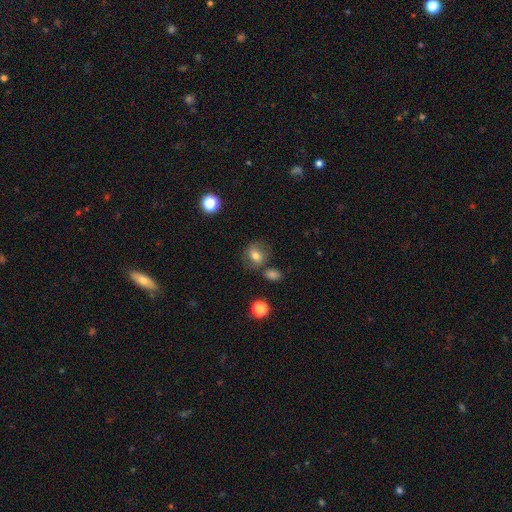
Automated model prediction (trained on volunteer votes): Smooth or featured? Predicted: smooth (p=0.70). How rounded? Predicted: round (p=0.55). Merging? Predicted: none (p=0.66).